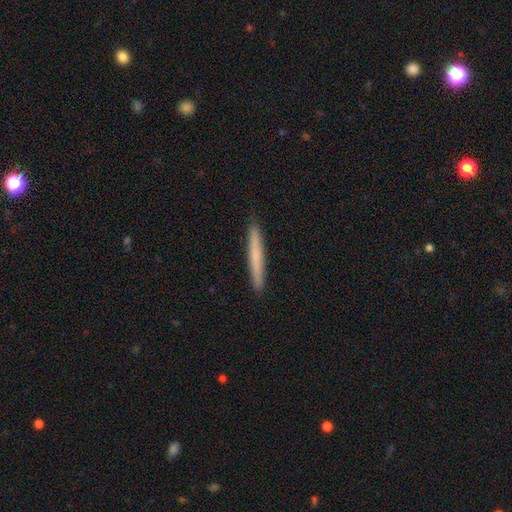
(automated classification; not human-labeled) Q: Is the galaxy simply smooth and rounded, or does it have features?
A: smooth — 66%.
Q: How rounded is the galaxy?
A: cigar-shaped — 97%.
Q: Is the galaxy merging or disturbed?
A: none — 93%.